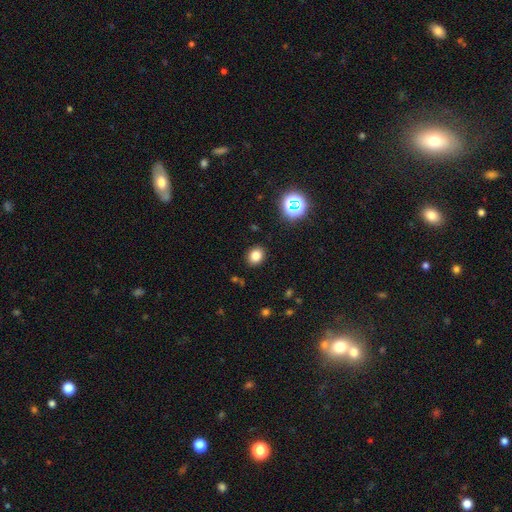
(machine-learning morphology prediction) Overall: smooth (80%). How rounded: round (58%; in between 41%). Merging: none (89%).